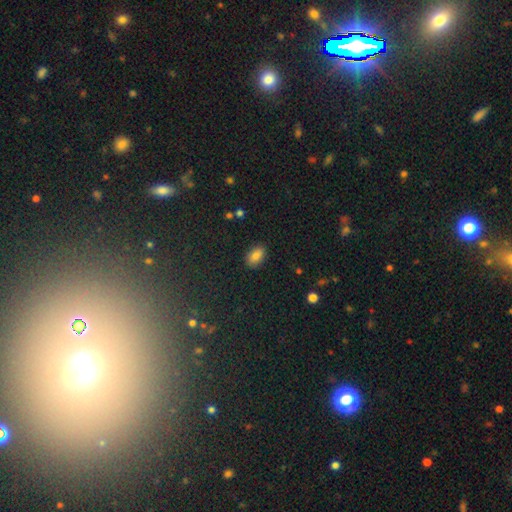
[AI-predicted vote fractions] Smooth or featured: smooth — 83% (star or artifact — 10%)
How rounded: in between — 89% (round — 10%)
Merging: none — 87% (minor disturbance — 9%)